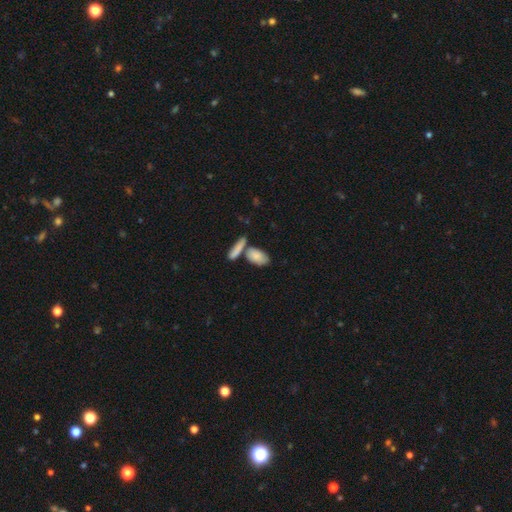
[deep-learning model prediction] Overall: smooth (81%). How rounded: in between (85%). Merging: none (48%; merger 32%).